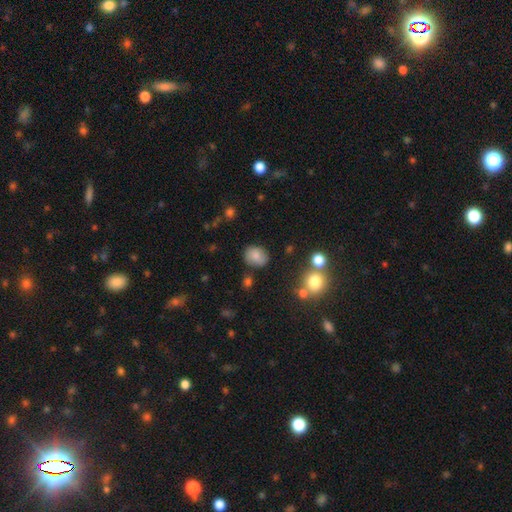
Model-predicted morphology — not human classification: type=smooth (78%); roundness=round (53%); merging=none (77%).